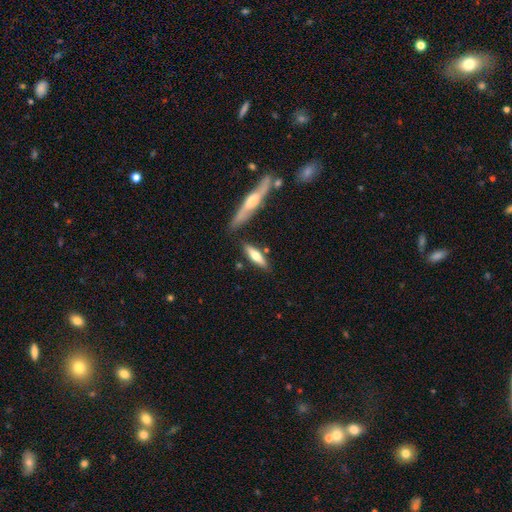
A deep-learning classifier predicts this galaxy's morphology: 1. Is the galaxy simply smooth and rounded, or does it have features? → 57% smooth, 37% featured or disk, 6% star or artifact.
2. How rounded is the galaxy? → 66% cigar-shaped, 32% in between, 2% round.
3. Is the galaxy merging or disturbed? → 75% none, 12% minor disturbance, 9% merger, 3% major disturbance.